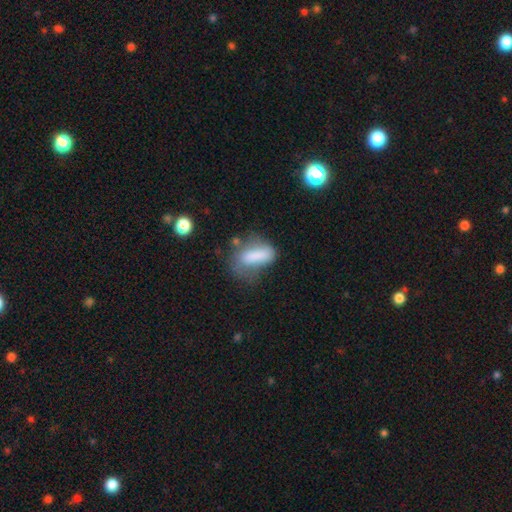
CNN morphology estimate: Q: Smooth or featured?
A: smooth (71%); runner-up: featured or disk (19%)
Q: How rounded?
A: in between (76%); runner-up: cigar-shaped (19%)
Q: Merging?
A: none (32%); tied with: major disturbance (32%)